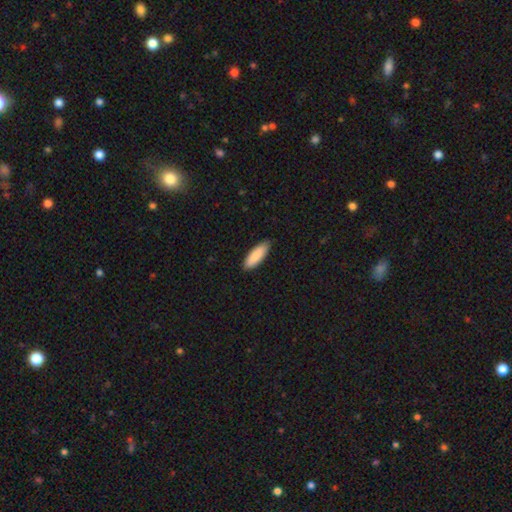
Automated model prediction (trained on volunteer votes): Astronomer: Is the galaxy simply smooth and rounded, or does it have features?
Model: smooth — 89%.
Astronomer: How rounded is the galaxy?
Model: in between — 60% (runner-up: cigar-shaped, 38%).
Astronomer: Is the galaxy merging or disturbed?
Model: none — 87%.